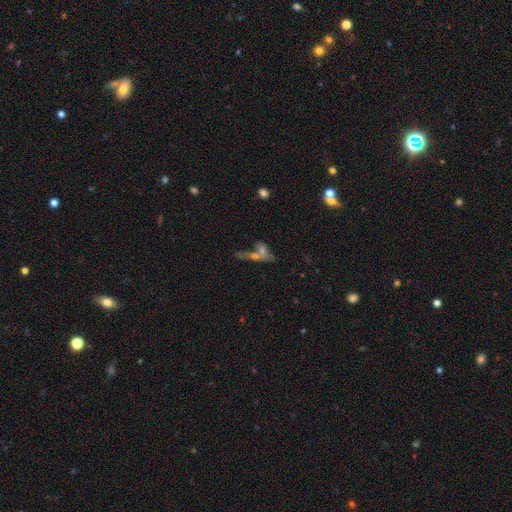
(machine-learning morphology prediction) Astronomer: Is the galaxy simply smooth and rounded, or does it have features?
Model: star or artifact — 40% (runner-up: smooth, 34%).